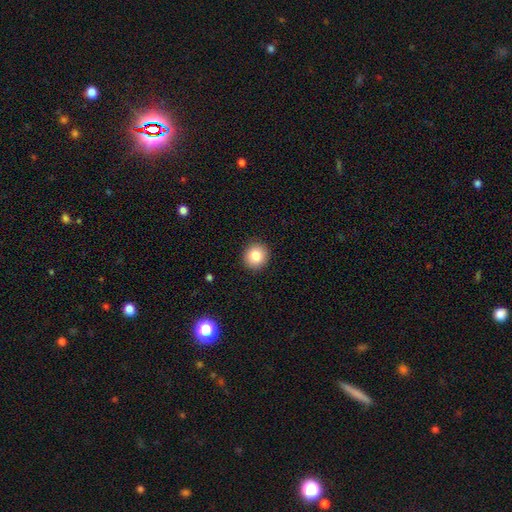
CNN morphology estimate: Q: Smooth or featured?
A: smooth (83%); runner-up: star or artifact (9%)
Q: How rounded?
A: round (88%); runner-up: in between (11%)
Q: Merging?
A: none (92%); runner-up: minor disturbance (6%)